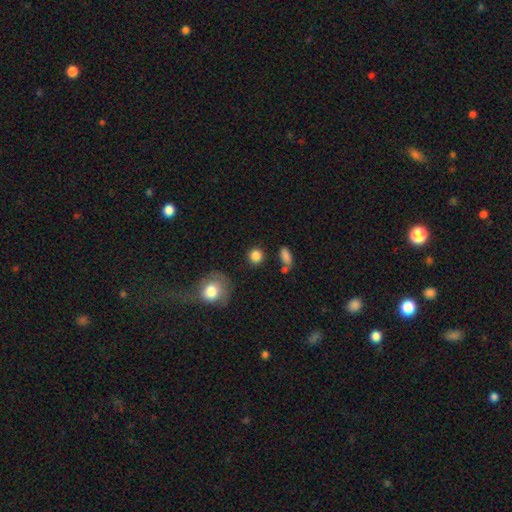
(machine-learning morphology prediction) Smooth or featured? smooth (85%)
How rounded? round (87%)
Merging? none (82%)